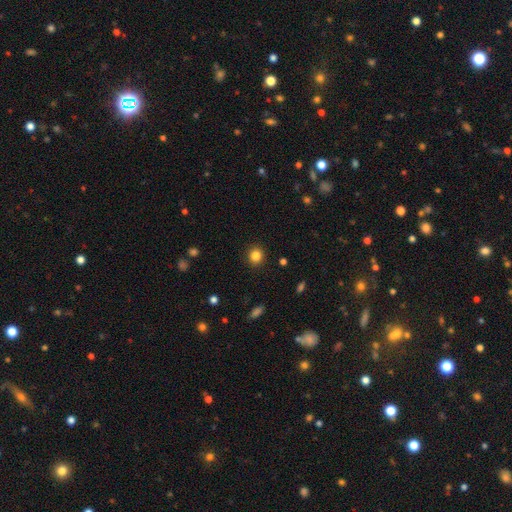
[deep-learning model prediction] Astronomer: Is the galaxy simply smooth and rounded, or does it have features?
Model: smooth — 84%.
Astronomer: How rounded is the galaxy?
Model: round — 87%.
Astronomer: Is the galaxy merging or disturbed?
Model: none — 91%.